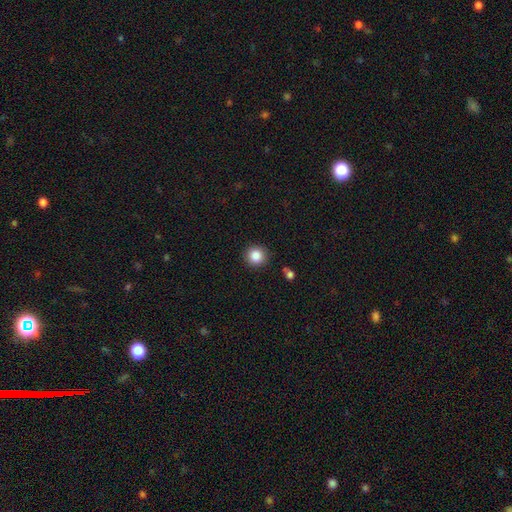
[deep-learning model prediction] Overall: smooth (86%). How rounded: round (93%). Merging: none (89%).